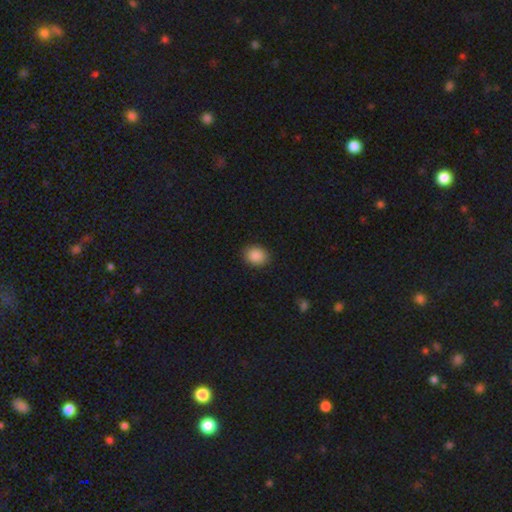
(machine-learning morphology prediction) Smooth or featured? smooth (89%)
How rounded? round (52%)
Merging? none (89%)